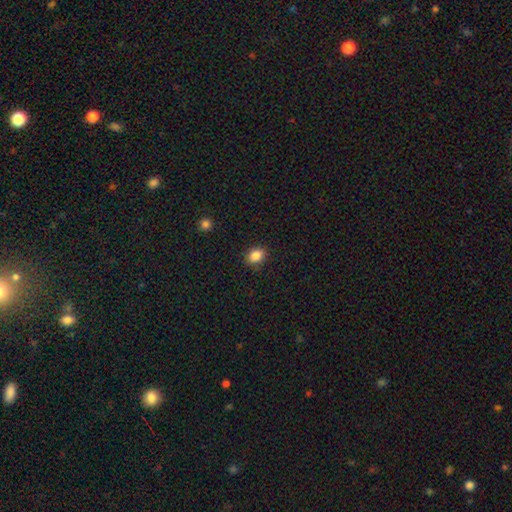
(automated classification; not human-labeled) Smooth or featured? smooth (86%)
How rounded? in between (64%)
Merging? none (89%)